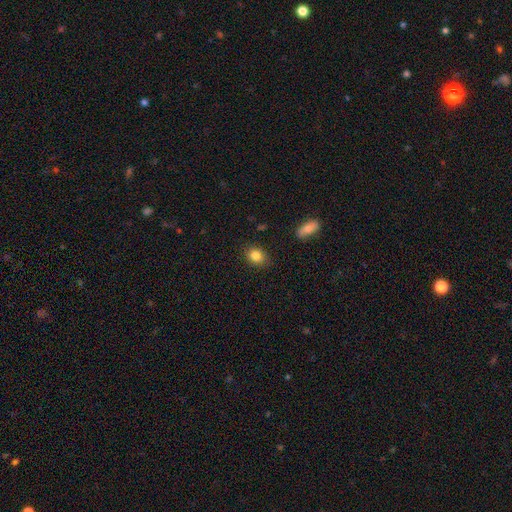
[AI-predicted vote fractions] Overall: smooth (84%). How rounded: in between (57%; round 41%). Merging: none (84%).